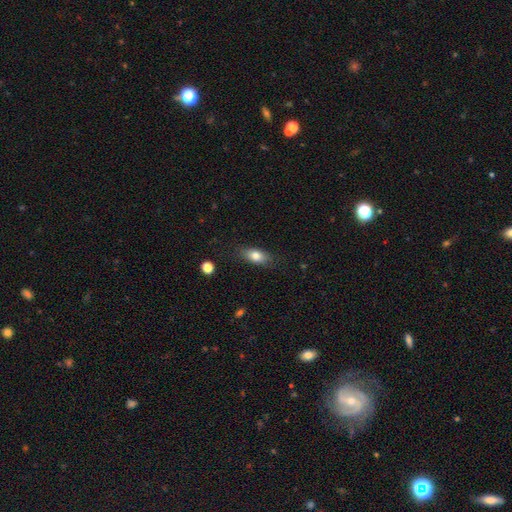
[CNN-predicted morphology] The model was most divided on "smooth or featured": smooth: 79%, featured or disk: 13%, star or artifact: 8%. More confident: how rounded — in between (82%); merging — none (81%).